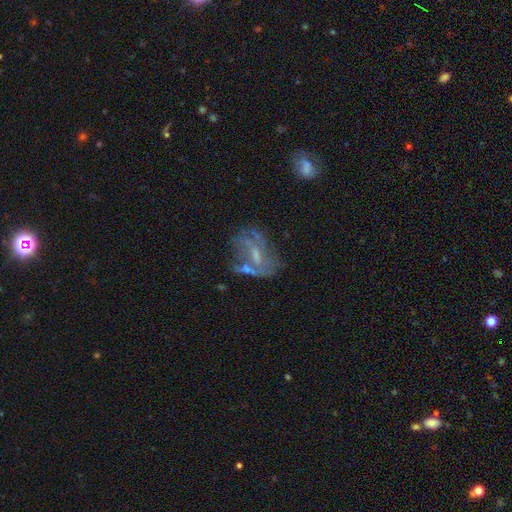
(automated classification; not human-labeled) This is likely a featured or disk galaxy (69%). It is clearly not viewed edge-on (96%). Bar: possibly weak (47%). Spiral arm pattern: likely yes (64%). Central bulge: marginally small (41%). Merging: marginally none (41%).